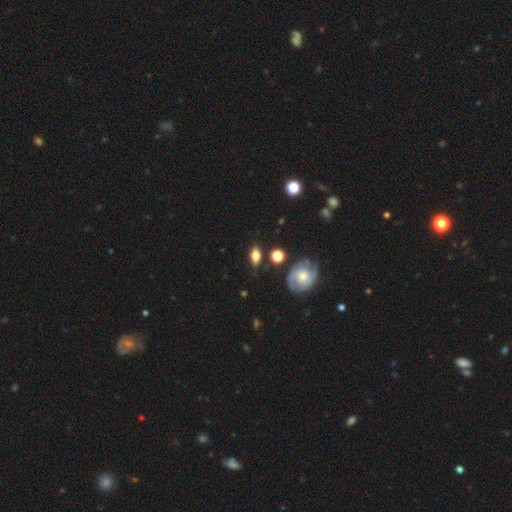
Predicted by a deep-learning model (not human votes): Smooth or featured: smooth — 66% (featured or disk — 25%)
How rounded: in between — 76% (round — 15%)
Merging: none — 77% (minor disturbance — 15%)